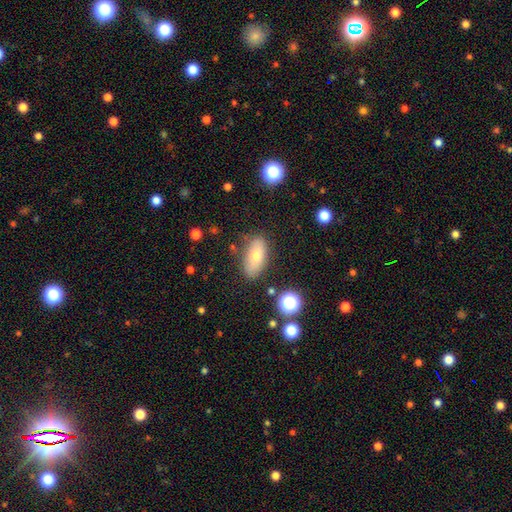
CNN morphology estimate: A smooth galaxy with no disk features (72%) that is in between round and cigar-shaped (86%).

Vote fractions:
- Smooth or featured? smooth: 72% / featured or disk: 19% / star or artifact: 9%
- How rounded? in between: 86% / cigar-shaped: 9% / round: 5%
- Merging? none: 79% / minor disturbance: 14% / major disturbance: 4% / merger: 3%